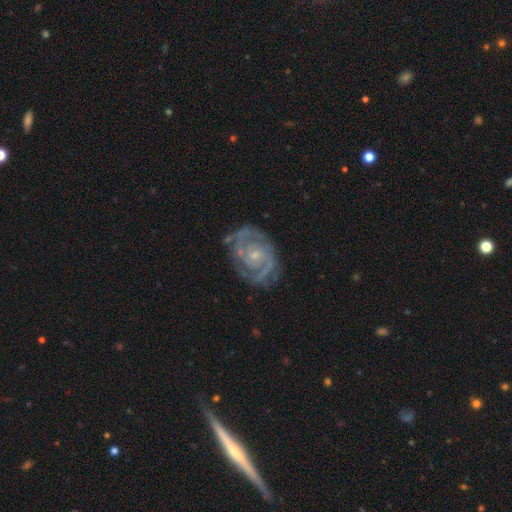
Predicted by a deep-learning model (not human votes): Smooth or featured? Predicted: featured or disk (p=0.88). Edge-on disk? Predicted: no (p=0.97). Bar? Predicted: no (p=0.66). Spiral arms? Predicted: yes (p=0.96). Spiral winding? Predicted: tight (p=0.59). Spiral arm count? Predicted: 2 (p=0.64). Bulge size? Predicted: small (p=0.72). Merging? Predicted: none (p=0.74).